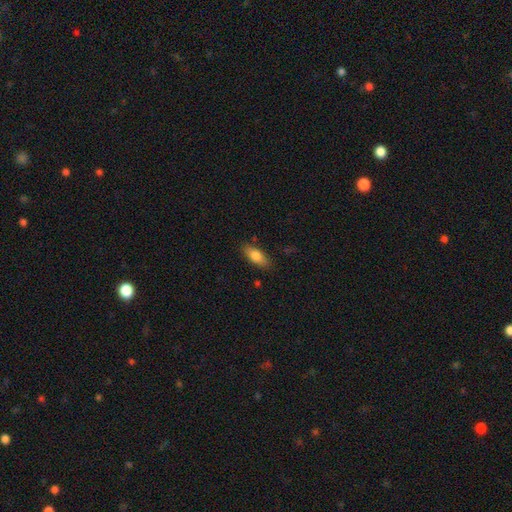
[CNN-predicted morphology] type=smooth (80%); roundness=in between (80%); merging=none (84%).